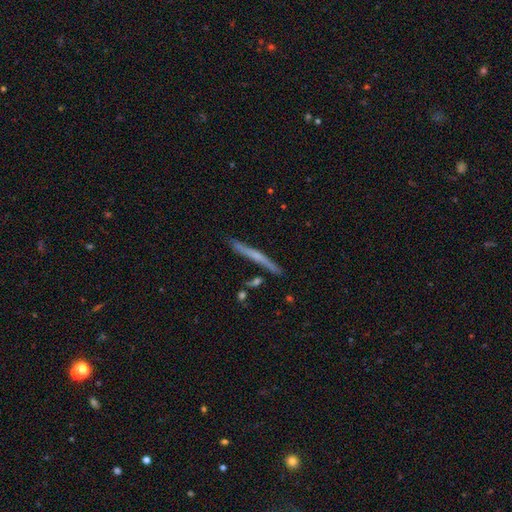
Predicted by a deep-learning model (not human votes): This is possibly a featured or disk galaxy (57%). It is clearly viewed edge-on (96%). Edge-on bulge: likely none (61%). Merging: clearly none (86%).